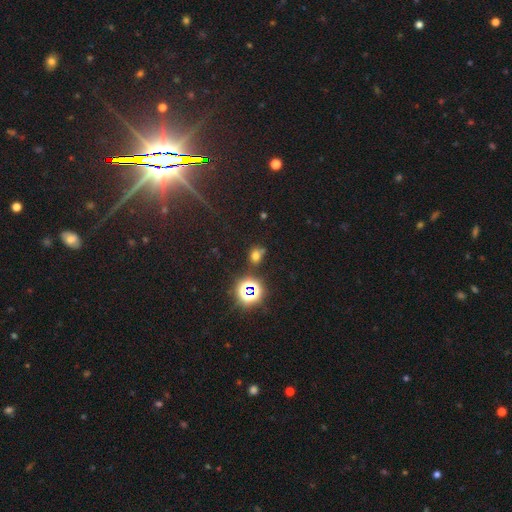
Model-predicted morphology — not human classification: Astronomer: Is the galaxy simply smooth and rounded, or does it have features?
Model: smooth — 57% (runner-up: star or artifact, 34%).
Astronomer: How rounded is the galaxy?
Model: round — 53% (runner-up: in between, 45%).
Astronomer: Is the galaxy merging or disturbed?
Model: none — 64%.